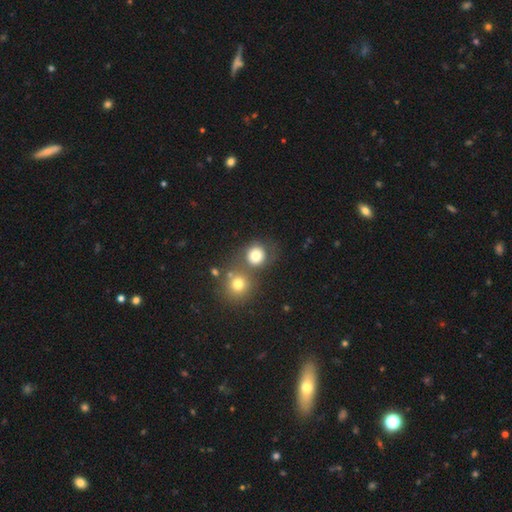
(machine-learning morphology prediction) This is likely a smooth galaxy (76%). How rounded: clearly round (86%). Merging: possibly none (58%).